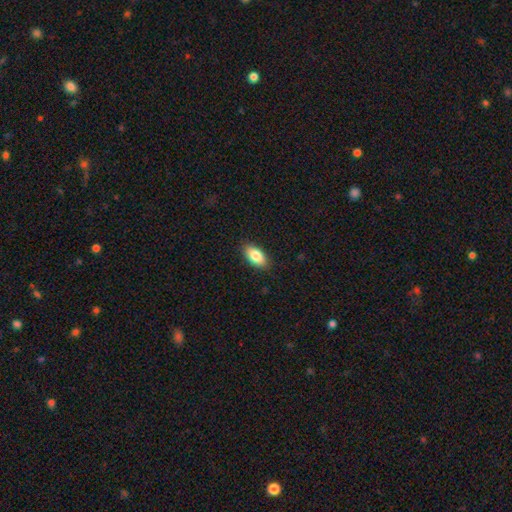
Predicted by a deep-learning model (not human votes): The model was most divided on "smooth or featured": smooth: 85%, featured or disk: 8%, star or artifact: 7%. More confident: how rounded — in between (92%); merging — none (88%).